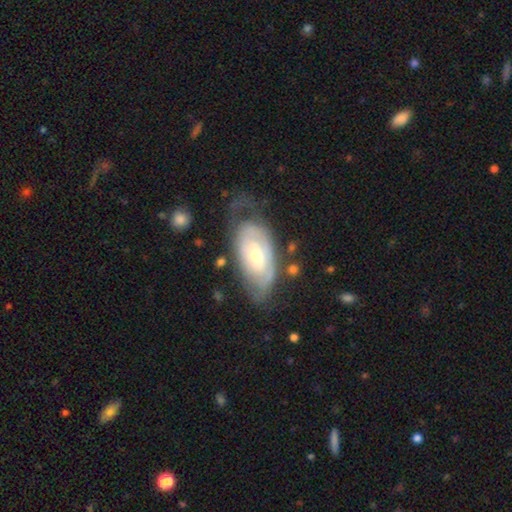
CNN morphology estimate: This appears to be a featured or disk galaxy (67%) with no bar (71%), spiral arms (70%) and a moderate central bulge (61%). Merging: none (48%).